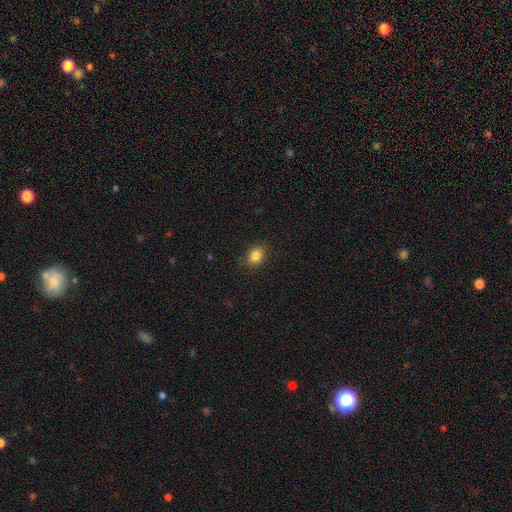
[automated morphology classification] Smooth or featured?
  - smooth: 85% *
  - star or artifact: 10%
  - featured or disk: 5%
How rounded?
  - in between: 53% *
  - round: 46%
  - cigar-shaped: 1%
Merging?
  - none: 83% *
  - minor disturbance: 12%
  - major disturbance: 3%
  - merger: 1%